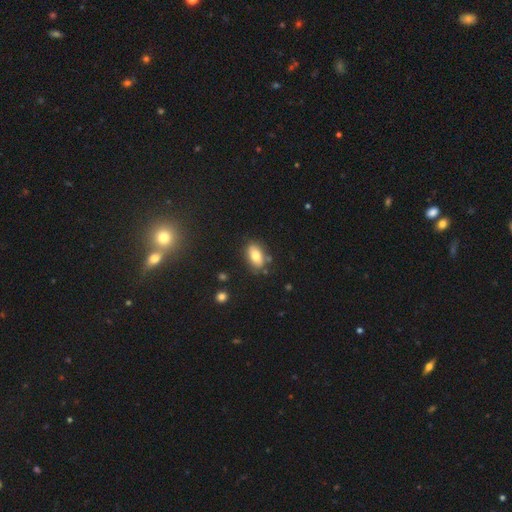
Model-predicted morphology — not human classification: type=smooth (78%); roundness=in between (89%); merging=none (78%).